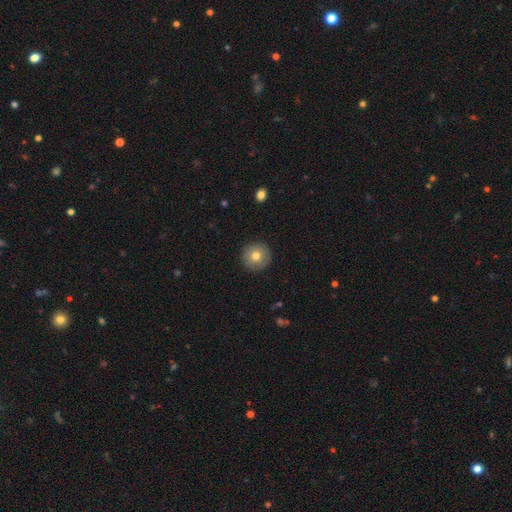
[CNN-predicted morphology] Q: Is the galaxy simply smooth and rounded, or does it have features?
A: smooth — 75%.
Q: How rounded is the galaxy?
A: round — 96%.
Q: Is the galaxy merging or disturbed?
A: none — 91%.